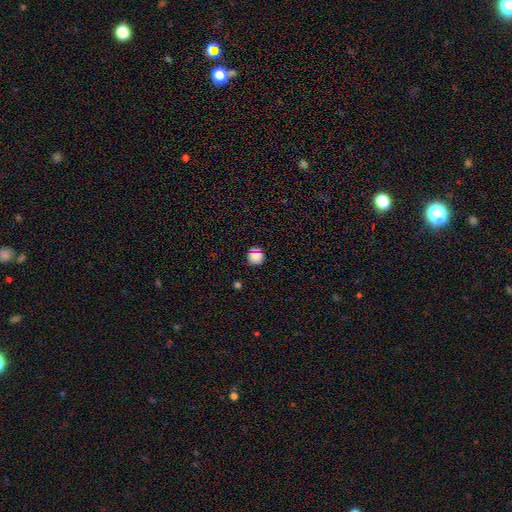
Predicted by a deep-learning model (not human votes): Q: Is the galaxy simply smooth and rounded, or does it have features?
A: smooth — 78%.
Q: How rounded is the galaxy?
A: round — 94%.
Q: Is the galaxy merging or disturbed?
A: none — 89%.